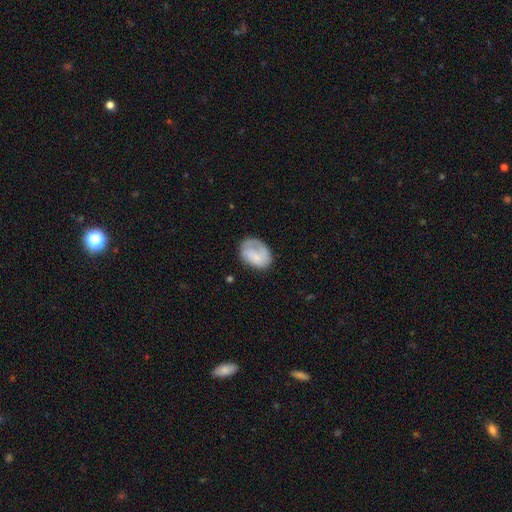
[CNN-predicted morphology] Smooth or featured? Predicted: smooth (p=0.63). How rounded? Predicted: in between (p=0.71). Merging? Predicted: none (p=0.51).